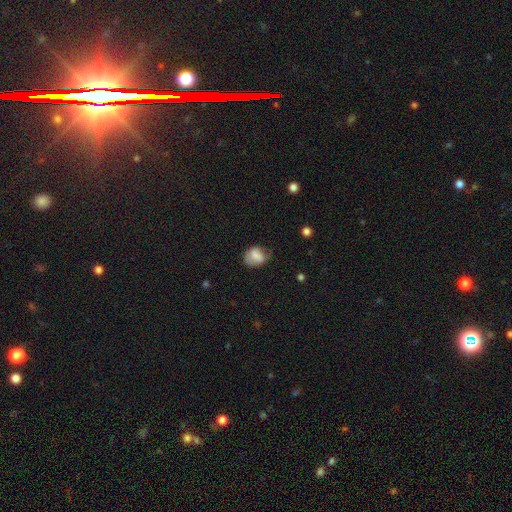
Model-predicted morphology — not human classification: This appears to be a smooth galaxy with no disk features (75%) that is in between round and cigar-shaped (53%). Merging: none (48%).